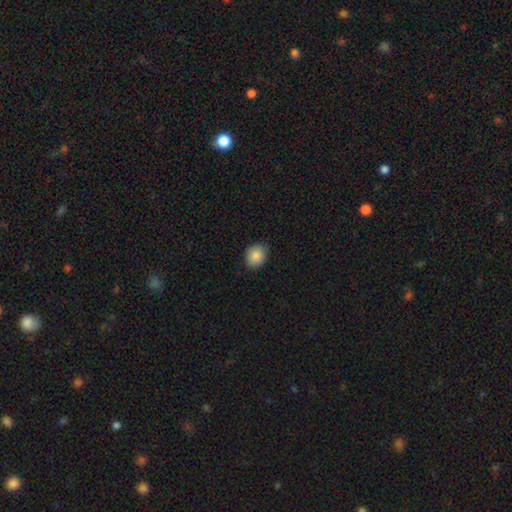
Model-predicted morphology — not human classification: Smooth or featured? smooth (88%)
How rounded? round (58%)
Merging? none (84%)